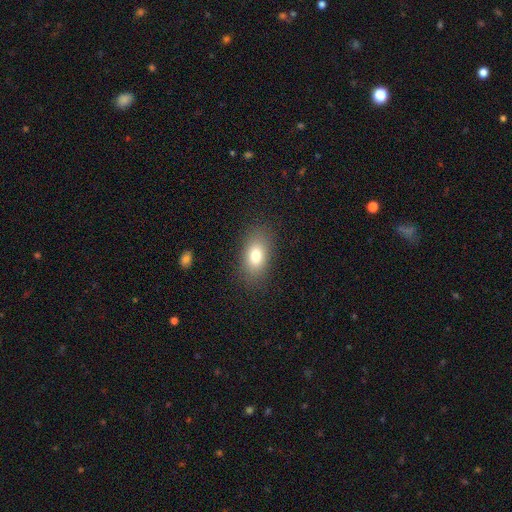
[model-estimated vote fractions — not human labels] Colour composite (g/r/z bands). It shows a smooth galaxy with no disk features (78%) that is in between round and cigar-shaped (87%). Merging: none (85%).